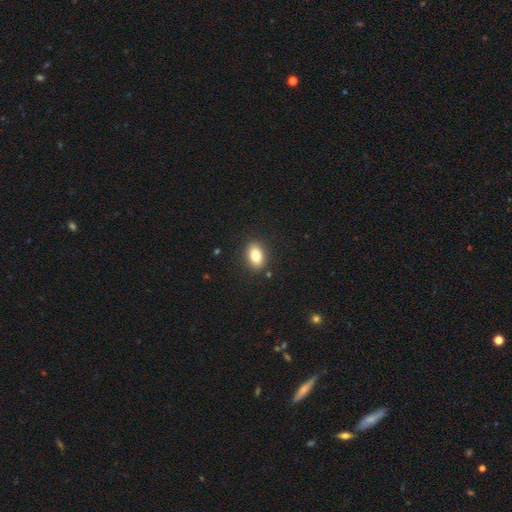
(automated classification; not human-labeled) smooth-or-featured: smooth: 81% | featured or disk: 10% | star or artifact: 9%
  how-rounded: in between: 84% | round: 14% | cigar-shaped: 2%
  merging: none: 88% | minor disturbance: 8% | major disturbance: 2% | merger: 1%